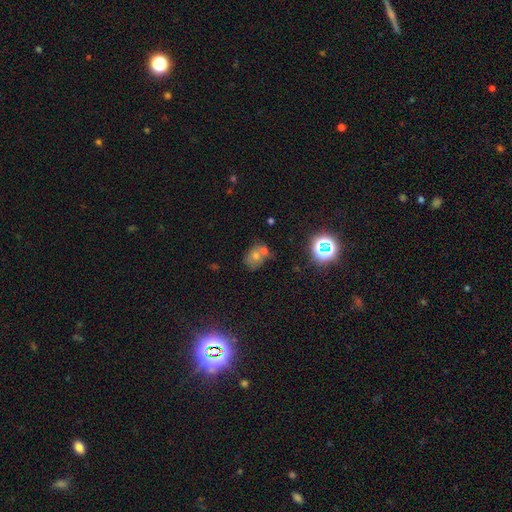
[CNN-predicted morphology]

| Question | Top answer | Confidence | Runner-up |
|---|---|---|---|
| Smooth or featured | smooth | 56% | star or artifact (25%) |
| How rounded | in between | 50% | round (49%) |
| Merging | merger | 42% | tied: none (42%) |